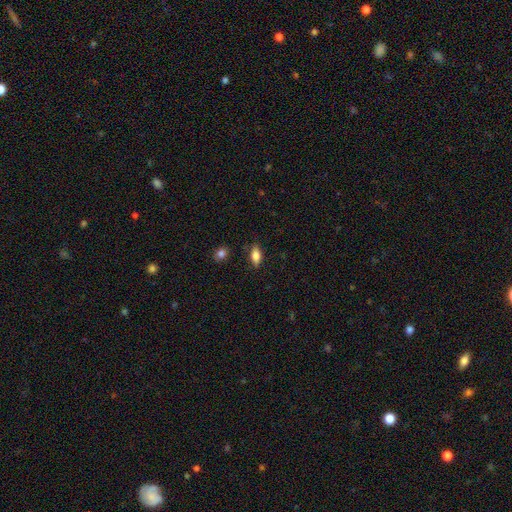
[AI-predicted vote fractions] A smooth galaxy with no disk features (76%) that is in between round and cigar-shaped (82%). Merging: none (83%).